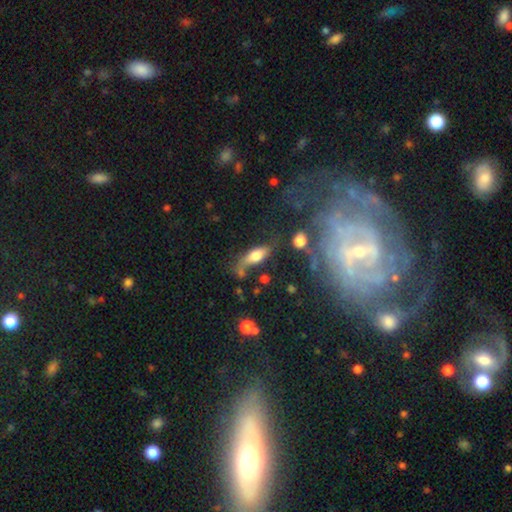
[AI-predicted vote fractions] smooth 61%, featured or disk 31%, star or artifact 9%. Down the decision tree: how rounded — in between (71%); merging — none (44%).